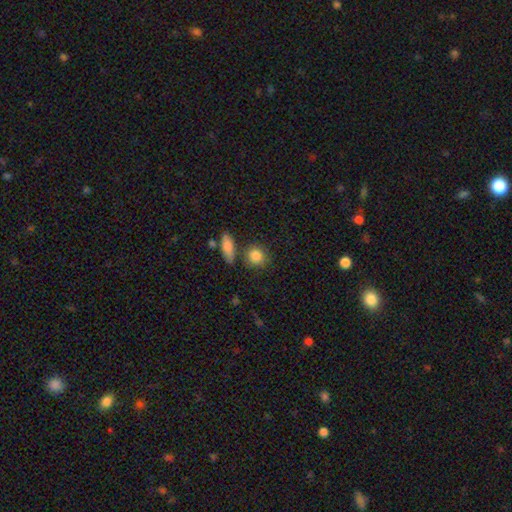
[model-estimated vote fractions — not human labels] The model was most divided on "how rounded": round: 75%, in between: 22%, cigar-shaped: 3%. More confident: smooth or featured — smooth (85%); merging — none (74%).